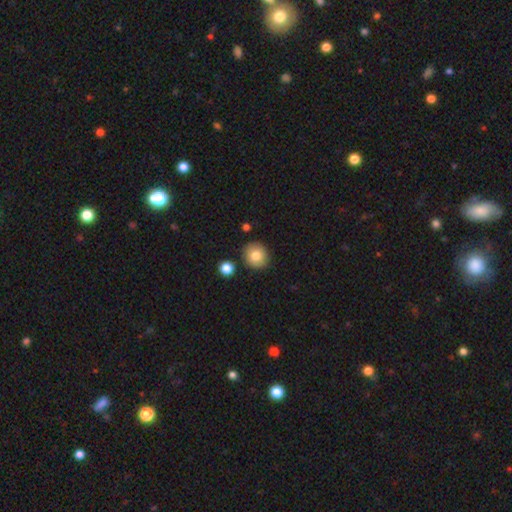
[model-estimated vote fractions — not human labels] This is clearly a smooth galaxy (80%). How rounded: clearly round (87%). Merging: clearly none (86%).